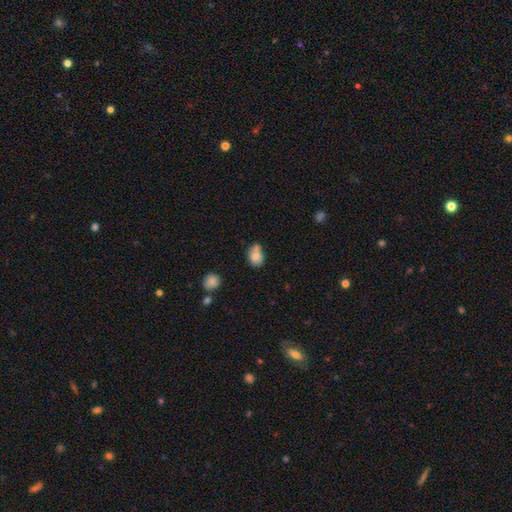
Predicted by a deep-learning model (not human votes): This is likely a smooth galaxy (79%). How rounded: likely in between (61%). Merging: marginally none (42%).